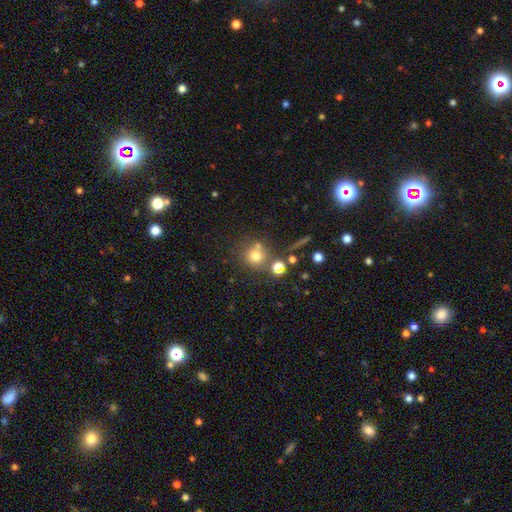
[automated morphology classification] Smooth or featured?
  - smooth: 71% *
  - star or artifact: 17%
  - featured or disk: 12%
How rounded?
  - round: 88% *
  - in between: 11%
  - cigar-shaped: 1%
Merging?
  - none: 62% *
  - merger: 23%
  - minor disturbance: 11%
  - major disturbance: 5%